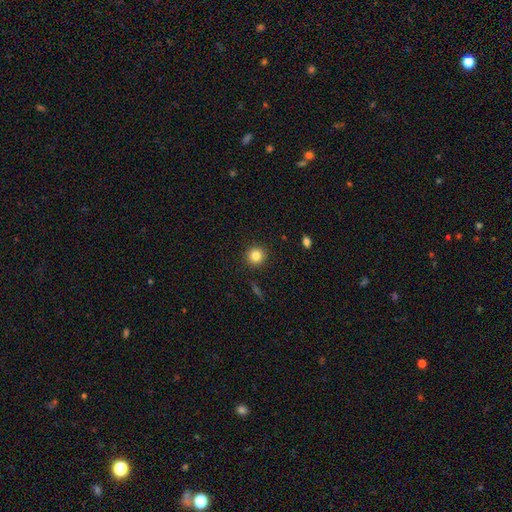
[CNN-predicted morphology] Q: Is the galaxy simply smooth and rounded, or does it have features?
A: smooth — 83%.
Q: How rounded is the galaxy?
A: round — 93%.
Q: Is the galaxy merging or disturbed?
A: none — 92%.